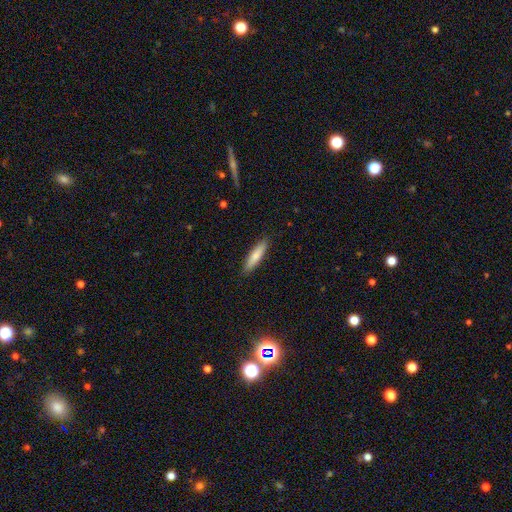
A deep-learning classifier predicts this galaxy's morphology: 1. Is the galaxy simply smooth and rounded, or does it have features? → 76% smooth, 18% featured or disk, 6% star or artifact.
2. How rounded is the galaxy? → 81% cigar-shaped, 18% in between, 1% round.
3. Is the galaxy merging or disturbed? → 89% none, 8% minor disturbance, 2% major disturbance, 1% merger.